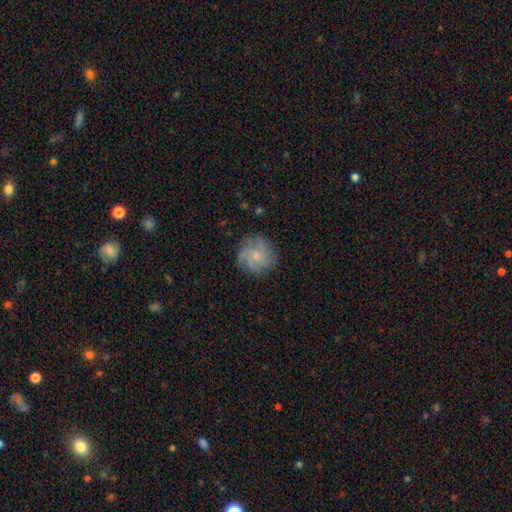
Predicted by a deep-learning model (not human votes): A featured or disk galaxy (57%) with no bar (74%), tight (50%) spiral arms (90%) and a small central bulge (58%).

Vote fractions:
- Smooth or featured? featured or disk: 57% / smooth: 34% / star or artifact: 8%
- Edge-on disk? no: 98% / yes: 2%
- Bar? no: 74% / weak: 23% / strong: 3%
- Spiral arms? yes: 90% / no: 10%
- Spiral winding? tight: 50% / medium: 37% / loose: 14%
- Spiral arm count? can't tell: 33% / 3: 26% / 4: 18% / 2: 11% / more than 4: 7% / 1: 6%
- Bulge size? small: 58% / moderate: 31% / none: 8% / large: 2% / dominant: 1%
- Merging? none: 78% / minor disturbance: 15% / major disturbance: 5% / merger: 1%